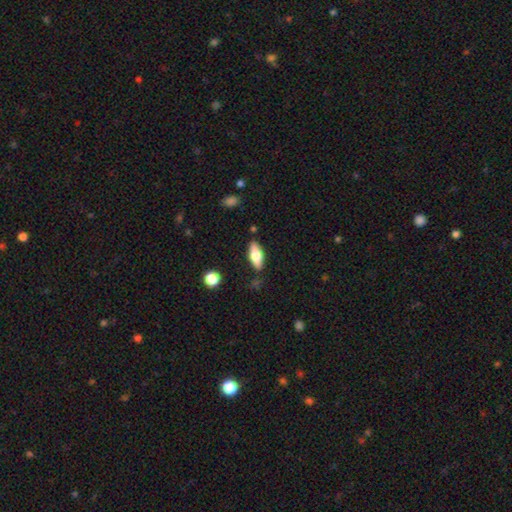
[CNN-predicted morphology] Smooth or featured: smooth — 60% (featured or disk — 34%)
How rounded: in between — 70% (cigar-shaped — 27%)
Merging: none — 83% (minor disturbance — 12%)